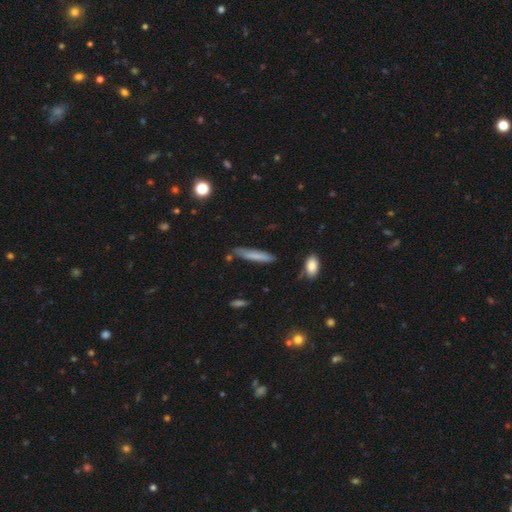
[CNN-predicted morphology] smooth-or-featured: smooth: 72% | featured or disk: 21% | star or artifact: 7%
  how-rounded: cigar-shaped: 92% | in between: 7% | round: 1%
  merging: none: 77% | minor disturbance: 17% | merger: 3% | major disturbance: 3%